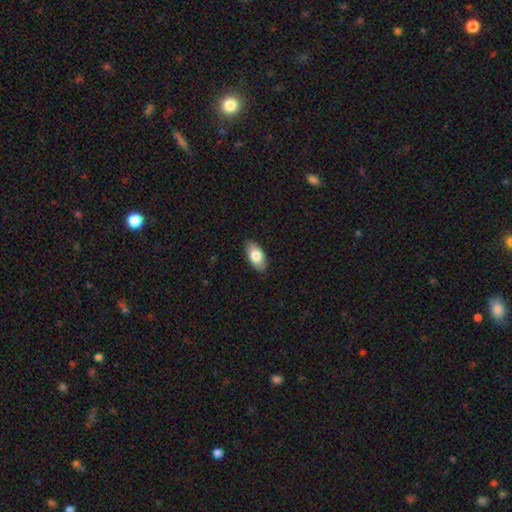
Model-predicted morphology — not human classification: type=smooth (81%); roundness=in between (93%); merging=none (88%).